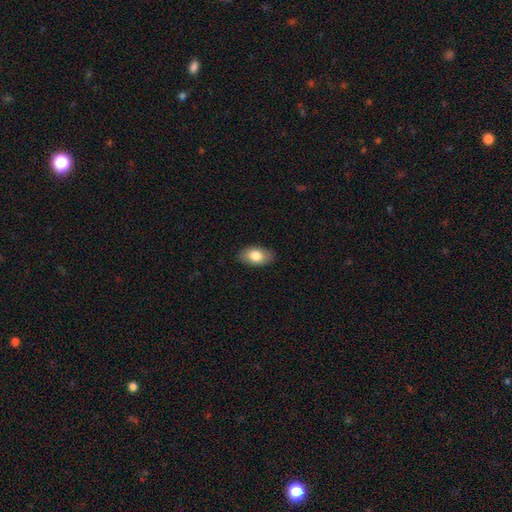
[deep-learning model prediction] Q: Smooth or featured?
A: smooth (80%); runner-up: featured or disk (14%)
Q: How rounded?
A: in between (92%); runner-up: round (6%)
Q: Merging?
A: none (88%); runner-up: minor disturbance (9%)